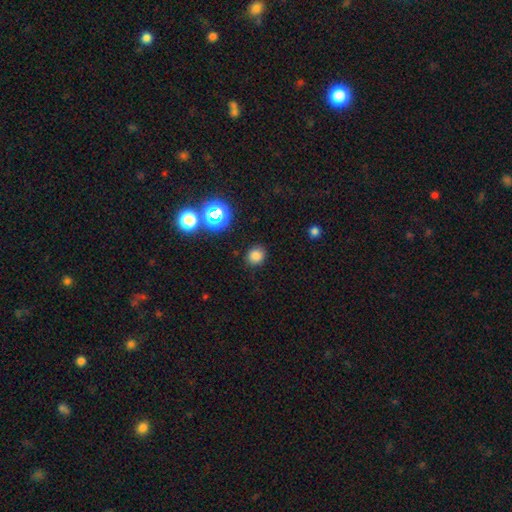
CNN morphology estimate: Smooth or featured?
  - smooth: 78% *
  - star or artifact: 18%
  - featured or disk: 5%
How rounded?
  - round: 75% *
  - in between: 24%
  - cigar-shaped: 1%
Merging?
  - none: 86% *
  - minor disturbance: 9%
  - major disturbance: 3%
  - merger: 2%